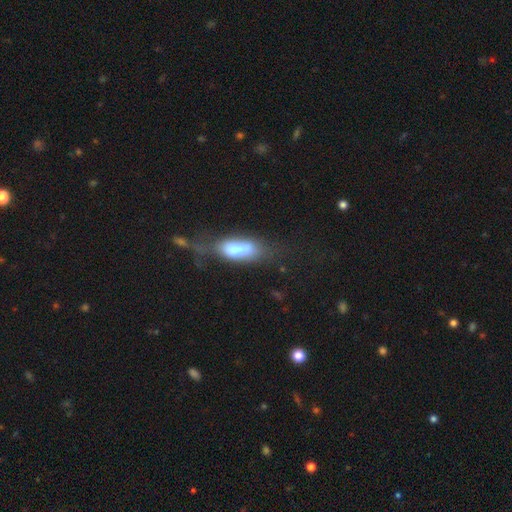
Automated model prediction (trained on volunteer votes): Morphology: type=smooth (47%); merging=none (60%).